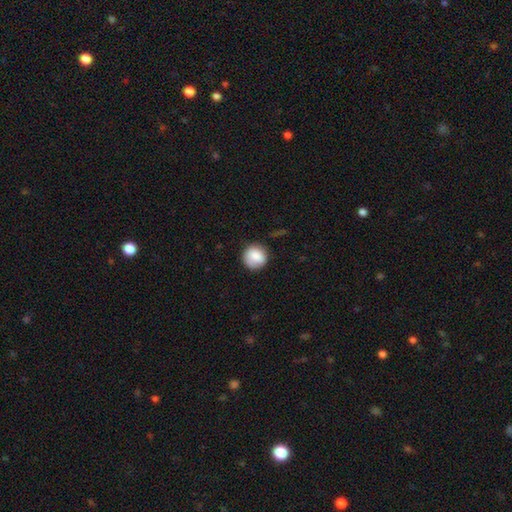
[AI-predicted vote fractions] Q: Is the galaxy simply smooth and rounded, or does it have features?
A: smooth — 84%.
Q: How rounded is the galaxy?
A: round — 89%.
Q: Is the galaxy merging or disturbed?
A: none — 77%.